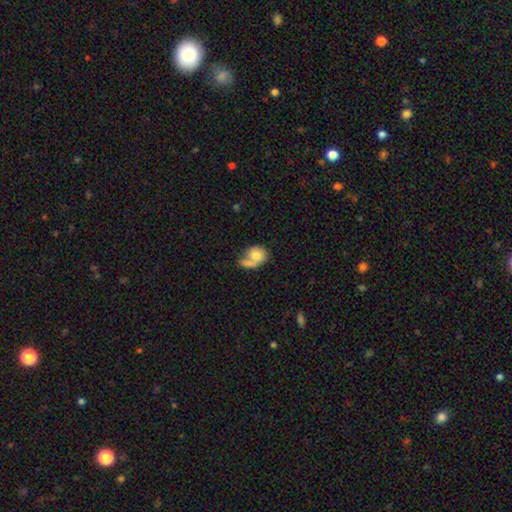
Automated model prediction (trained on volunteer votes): Smooth or featured? Predicted: smooth (p=0.71). How rounded? Predicted: in between (p=0.52). Merging? Predicted: merger (p=0.47).